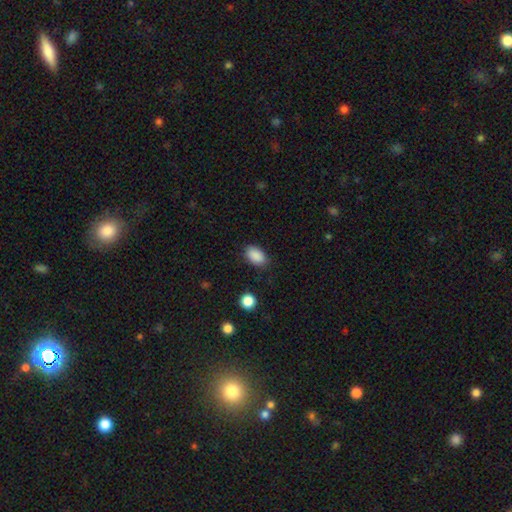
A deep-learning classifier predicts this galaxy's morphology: smooth-or-featured: smooth: 89% | star or artifact: 8% | featured or disk: 3%
  how-rounded: in between: 90% | round: 9% | cigar-shaped: 1%
  merging: none: 84% | minor disturbance: 12% | major disturbance: 3% | merger: 1%